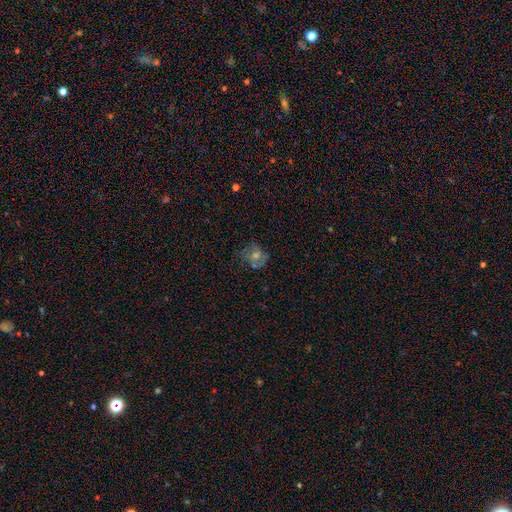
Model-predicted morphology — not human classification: type=featured or disk (40%); merging=none (63%).